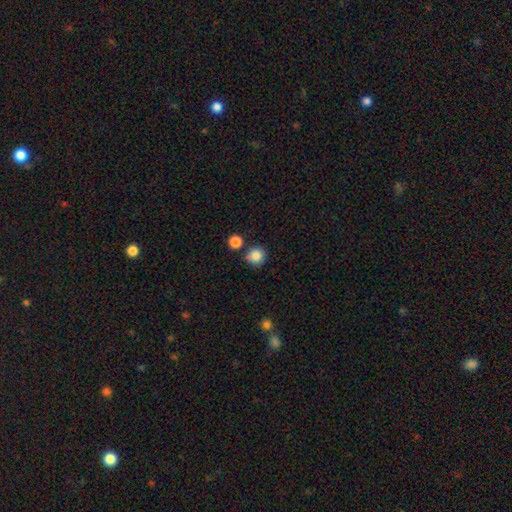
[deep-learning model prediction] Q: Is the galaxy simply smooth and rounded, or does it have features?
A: smooth — 86%.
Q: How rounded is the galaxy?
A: round — 91%.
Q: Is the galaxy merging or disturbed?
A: none — 76%.